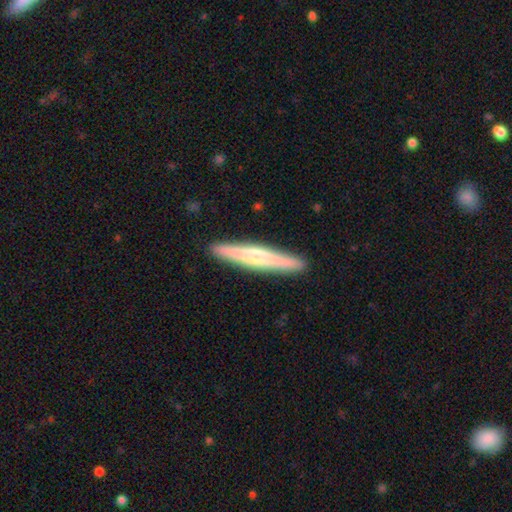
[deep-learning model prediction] A featured or disk galaxy (51%) viewed edge-on (96%). Merging: none (91%).